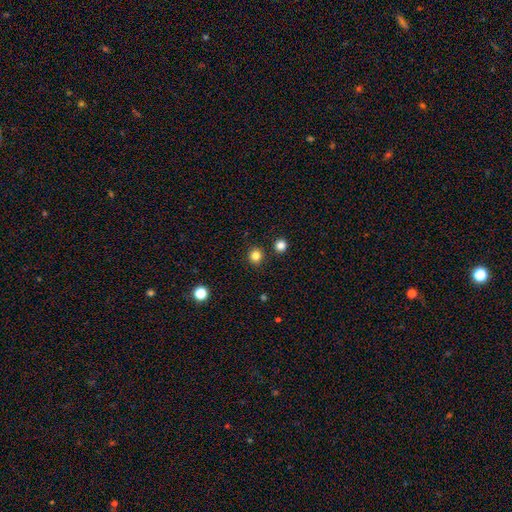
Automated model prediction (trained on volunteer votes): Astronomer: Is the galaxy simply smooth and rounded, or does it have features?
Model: smooth — 82%.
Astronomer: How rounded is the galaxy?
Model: round — 92%.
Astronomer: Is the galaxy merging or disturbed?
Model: none — 89%.